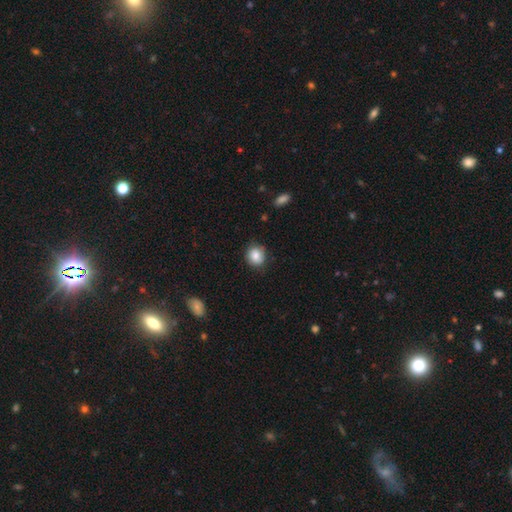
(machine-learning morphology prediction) Smooth or featured: smooth — 83% (featured or disk — 9%)
How rounded: round — 76% (in between — 23%)
Merging: none — 81% (minor disturbance — 14%)